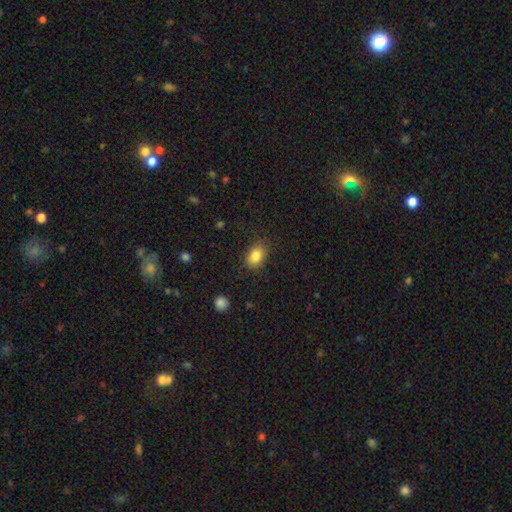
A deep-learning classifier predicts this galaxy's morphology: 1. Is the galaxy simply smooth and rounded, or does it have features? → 84% smooth, 9% star or artifact, 6% featured or disk.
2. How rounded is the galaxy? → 74% in between, 25% round, 1% cigar-shaped.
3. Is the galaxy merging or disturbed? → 83% none, 12% minor disturbance, 4% major disturbance, 1% merger.